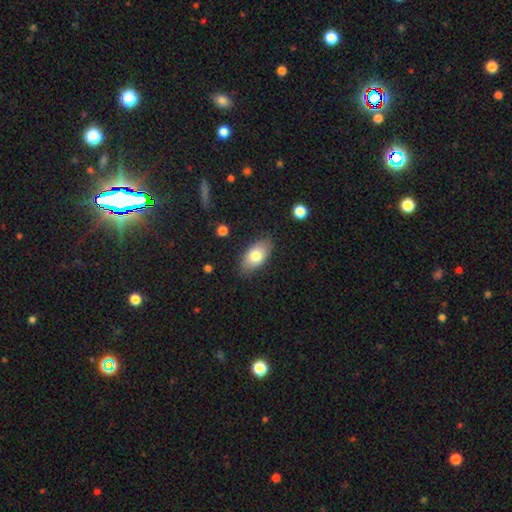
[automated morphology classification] smooth-or-featured: smooth: 77% | featured or disk: 16% | star or artifact: 7%
  how-rounded: in between: 92% | round: 5% | cigar-shaped: 3%
  merging: none: 83% | minor disturbance: 13% | major disturbance: 3% | merger: 1%